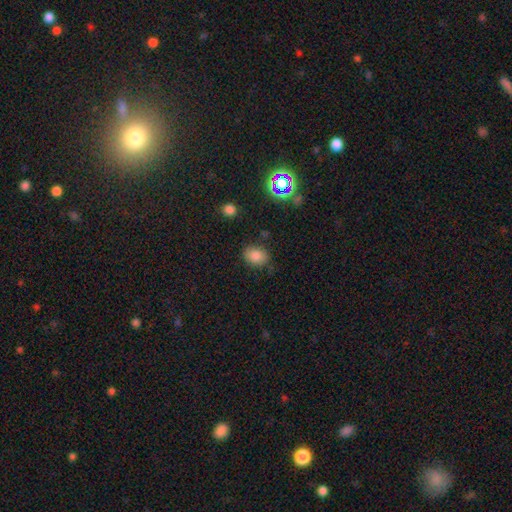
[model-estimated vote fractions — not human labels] The model was most divided on "how rounded": in between: 62%, round: 37%, cigar-shaped: 1%. More confident: smooth or featured — smooth (81%); merging — none (79%).